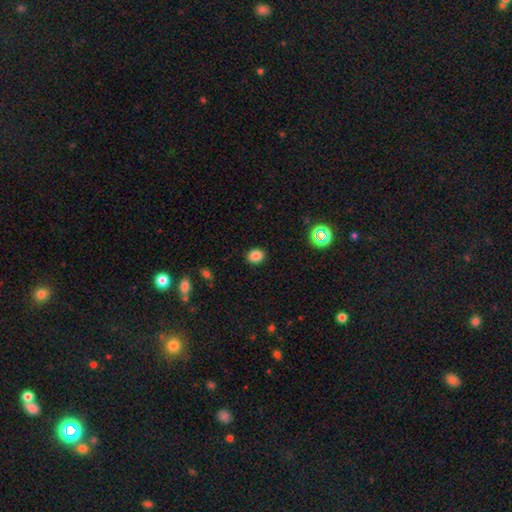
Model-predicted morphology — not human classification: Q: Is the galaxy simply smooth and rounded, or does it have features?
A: smooth — 83%.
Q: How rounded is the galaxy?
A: round — 57%.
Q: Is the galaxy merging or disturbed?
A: none — 90%.